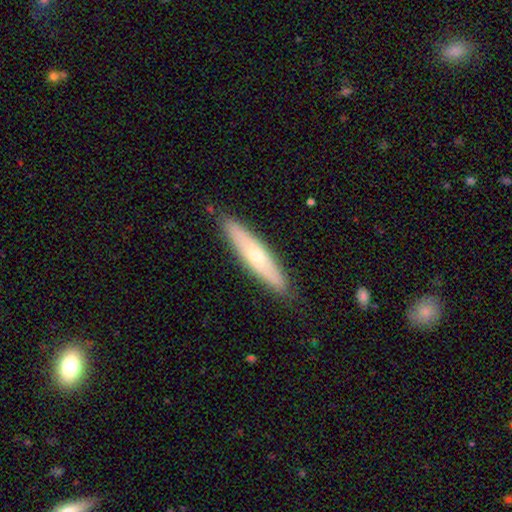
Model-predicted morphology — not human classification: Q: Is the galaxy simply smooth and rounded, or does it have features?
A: smooth — 48%.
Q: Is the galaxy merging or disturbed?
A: none — 86%.